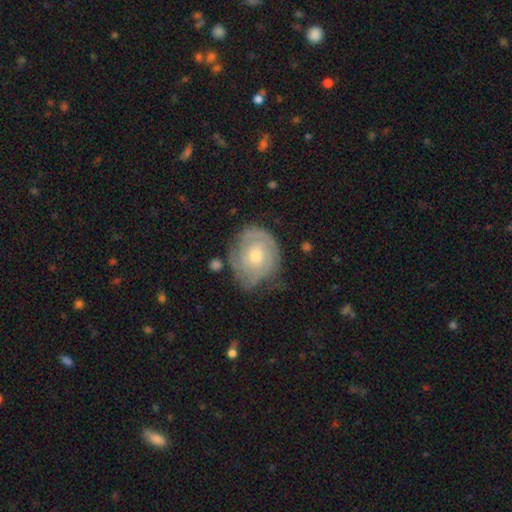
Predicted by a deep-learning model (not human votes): This is likely a featured or disk galaxy (71%). It is clearly not viewed edge-on (97%). Bar: likely no (79%). Spiral arm pattern: clearly yes (83%). Spiral arm count: marginally can't tell (45%). Spiral winding: likely tight (70%). Central bulge: likely moderate (65%). Merging: likely none (63%).